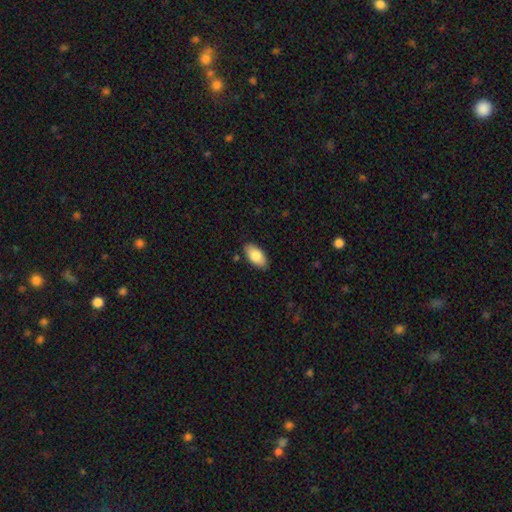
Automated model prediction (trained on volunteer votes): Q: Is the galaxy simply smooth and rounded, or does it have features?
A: smooth — 84%.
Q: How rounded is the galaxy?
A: in between — 94%.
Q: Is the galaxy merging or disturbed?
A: none — 86%.